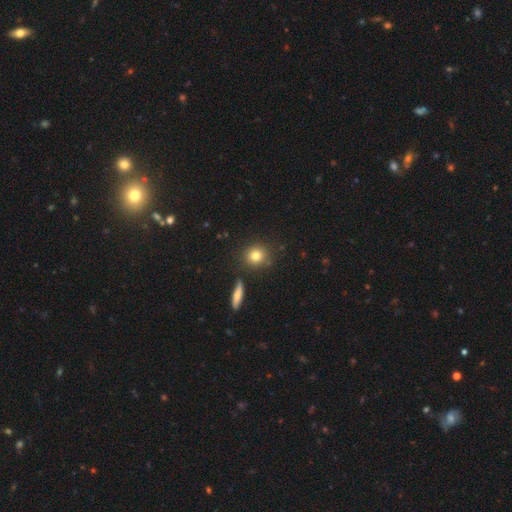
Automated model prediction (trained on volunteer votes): smooth_or_featured: smooth (p=0.80) [alt: star or artifact p=0.11]
how_rounded: round (p=0.86) [alt: in between p=0.12]
merging: none (p=0.84) [alt: minor disturbance p=0.08]